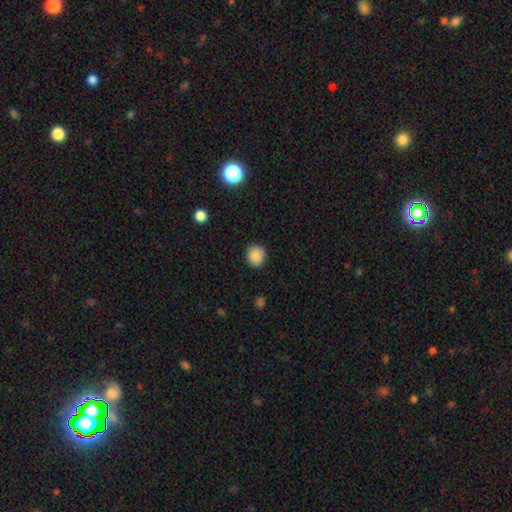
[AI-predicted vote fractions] Smooth or featured?
  - smooth: 87% *
  - star or artifact: 9%
  - featured or disk: 4%
How rounded?
  - round: 89% *
  - in between: 11%
  - cigar-shaped: 1%
Merging?
  - none: 90% *
  - minor disturbance: 7%
  - major disturbance: 2%
  - merger: 1%